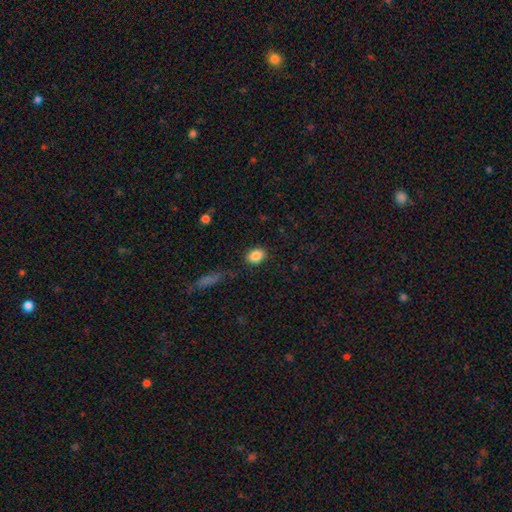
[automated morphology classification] A smooth galaxy with no disk features (86%) that is in between round and cigar-shaped (71%). Merging: none (85%).